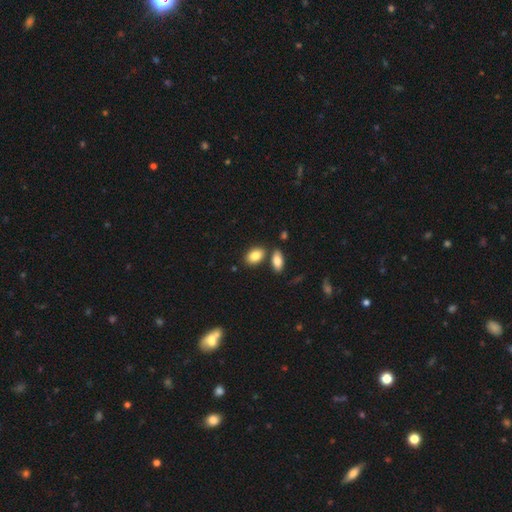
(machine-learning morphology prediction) type=smooth (84%); roundness=in between (89%); merging=none (70%).